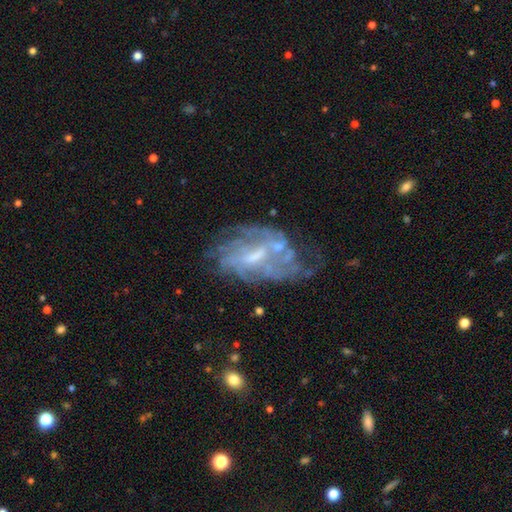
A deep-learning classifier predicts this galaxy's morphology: smooth_or_featured: featured or disk (p=0.80) [alt: smooth p=0.11]
disk_edge_on: no (p=0.96) [alt: yes p=0.04]
bar: weak (p=0.51) [alt: no p=0.28]
has_spiral_arms: yes (p=0.80) [alt: no p=0.20]
spiral_winding: tight (p=0.40) [alt: medium p=0.39]
spiral_arm_count: can't tell (p=0.51) [alt: 2 p=0.13]
bulge_size: small (p=0.42) [alt: moderate p=0.35]
merging: none (p=0.46) [alt: minor disturbance p=0.23]